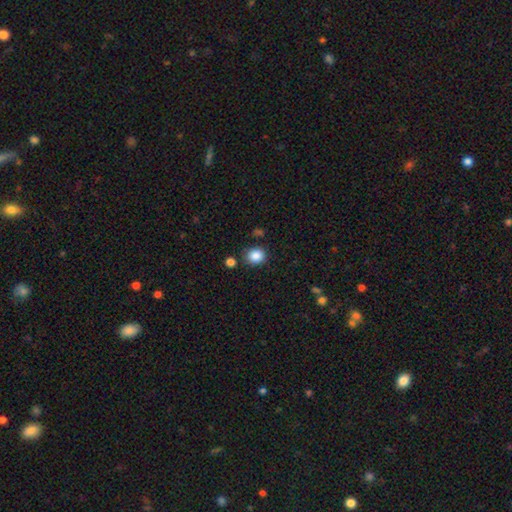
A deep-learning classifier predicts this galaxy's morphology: A smooth galaxy with no disk features (86%) that is round (75%).

Vote fractions:
- Smooth or featured? smooth: 86% / star or artifact: 10% / featured or disk: 4%
- How rounded? round: 75% / in between: 25% / cigar-shaped: 1%
- Merging? none: 81% / minor disturbance: 11% / merger: 5% / major disturbance: 3%